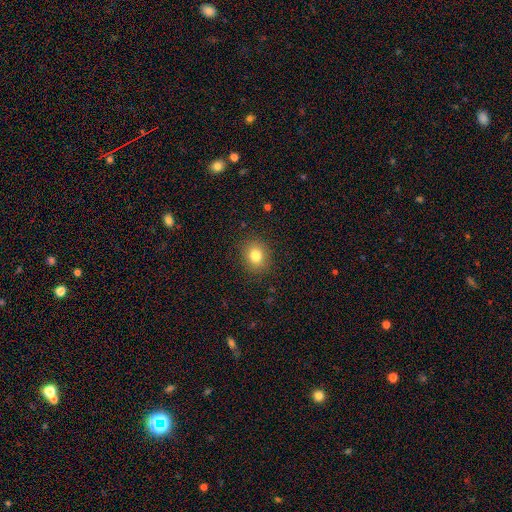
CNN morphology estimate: This appears to be a smooth galaxy with no disk features (81%) that is round (67%). Merging: none (88%).